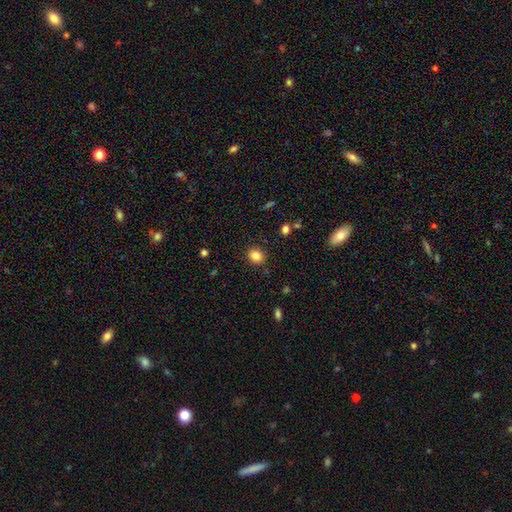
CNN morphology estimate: Overall: smooth (83%). How rounded: round (70%). Merging: none (88%).